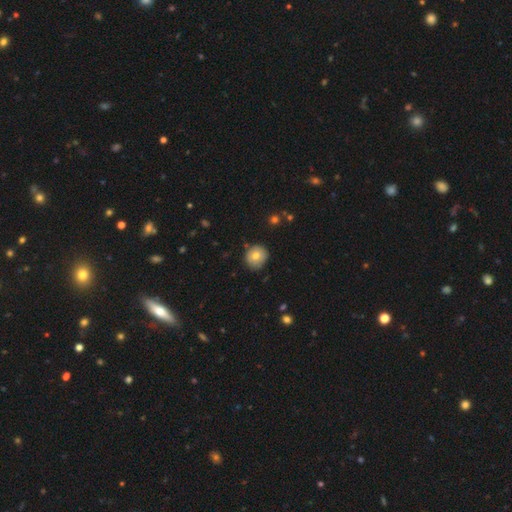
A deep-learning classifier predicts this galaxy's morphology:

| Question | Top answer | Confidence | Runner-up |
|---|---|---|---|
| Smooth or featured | smooth | 74% | featured or disk (17%) |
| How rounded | round | 88% | in between (11%) |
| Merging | none | 84% | minor disturbance (12%) |